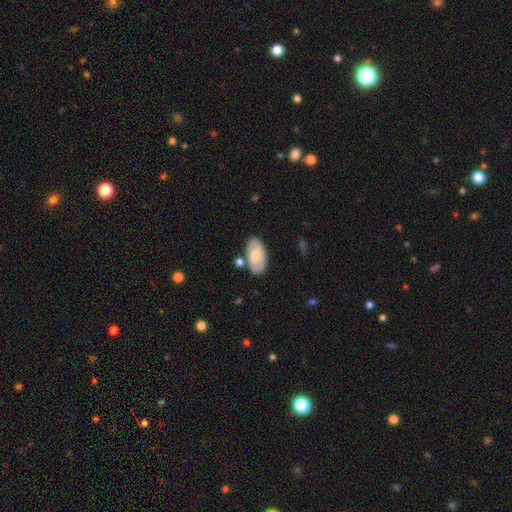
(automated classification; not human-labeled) smooth-or-featured: smooth: 62% | featured or disk: 32% | star or artifact: 6%
  how-rounded: in between: 94% | round: 4% | cigar-shaped: 2%
  merging: none: 72% | minor disturbance: 15% | merger: 9% | major disturbance: 4%